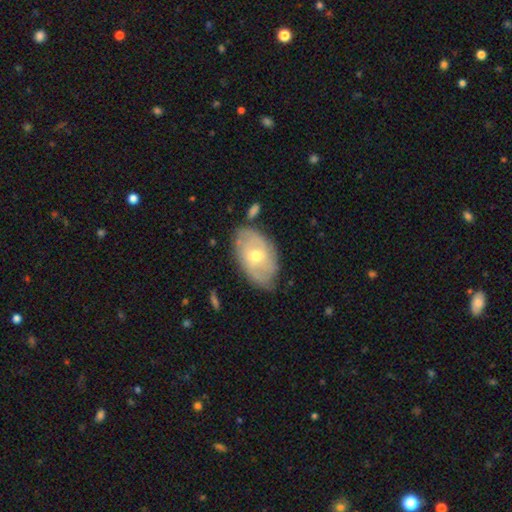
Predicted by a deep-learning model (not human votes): This is likely a featured or disk galaxy (64%). It is clearly not viewed edge-on (93%). Bar: possibly no (54%). Spiral arm pattern: likely yes (70%). Central bulge: likely moderate (67%). Merging: likely none (70%).